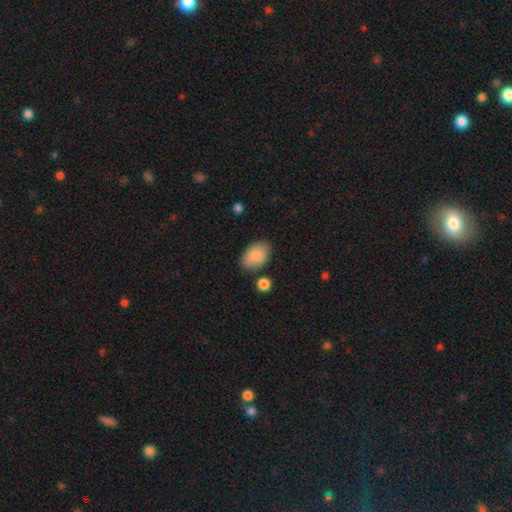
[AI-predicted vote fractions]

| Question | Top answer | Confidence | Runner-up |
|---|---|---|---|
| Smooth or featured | smooth | 87% | featured or disk (7%) |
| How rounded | in between | 92% | round (7%) |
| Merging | none | 78% | minor disturbance (15%) |